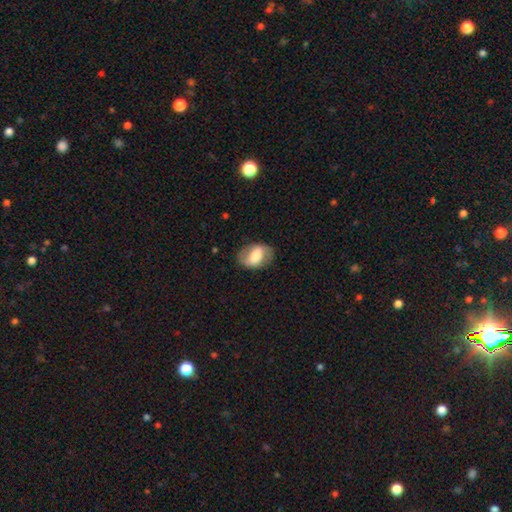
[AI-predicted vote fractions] A smooth galaxy with no disk features (55%) that is in between round and cigar-shaped (83%). Merging: none (77%).